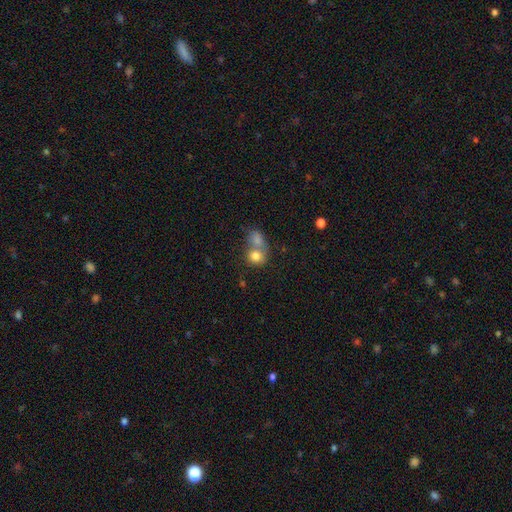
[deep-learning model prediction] Smooth or featured?
  - smooth: 79% *
  - featured or disk: 12%
  - star or artifact: 9%
How rounded?
  - round: 66% *
  - in between: 33%
  - cigar-shaped: 1%
Merging?
  - merger: 64% *
  - none: 25%
  - minor disturbance: 7%
  - major disturbance: 4%